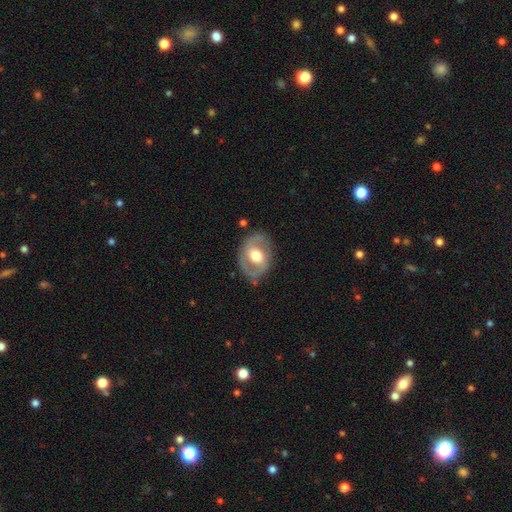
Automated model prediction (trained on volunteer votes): Smooth or featured: featured or disk — 73% (smooth — 22%)
Edge-on disk: no — 96% (yes — 4%)
Bar: no — 45% (weak — 38%)
Spiral arms: yes — 70% (no — 30%)
Bulge size: moderate — 64% (large — 26%)
Merging: none — 79% (minor disturbance — 14%)